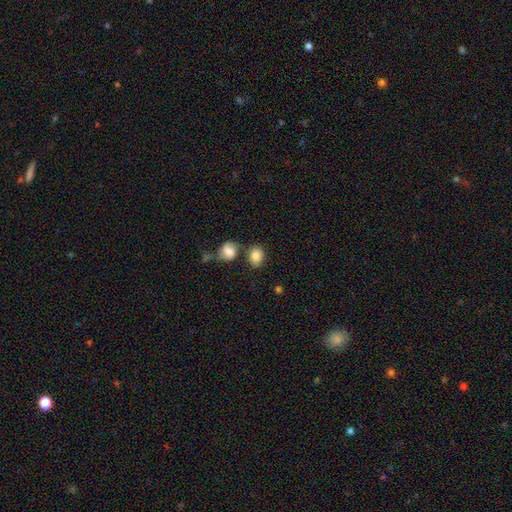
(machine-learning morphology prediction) This is clearly a smooth galaxy (85%). How rounded: possibly in between (53%). Merging: likely none (63%).